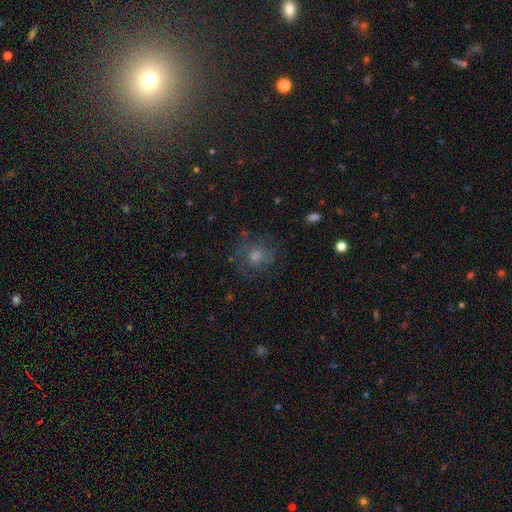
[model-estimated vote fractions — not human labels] Morphology: type=featured or disk (44%); merging=none (74%).